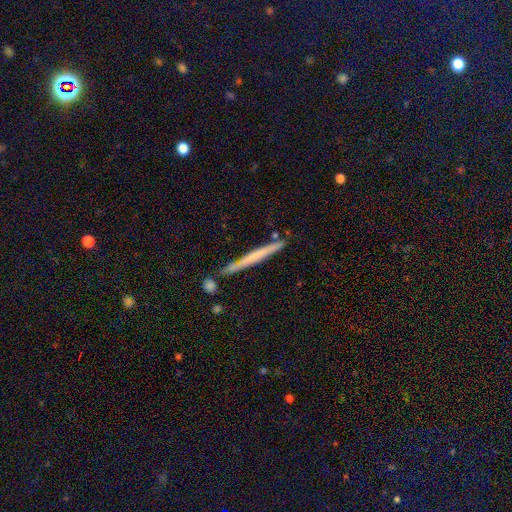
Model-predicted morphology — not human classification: A featured or disk galaxy (47%, tied with smooth). Merging: none (79%).